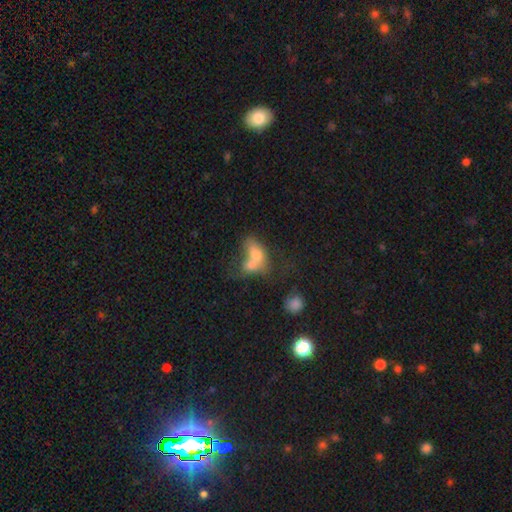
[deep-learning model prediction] Smooth or featured: smooth — 65% (featured or disk — 24%)
How rounded: in between — 73% (round — 22%)
Merging: merger — 69% (none — 16%)